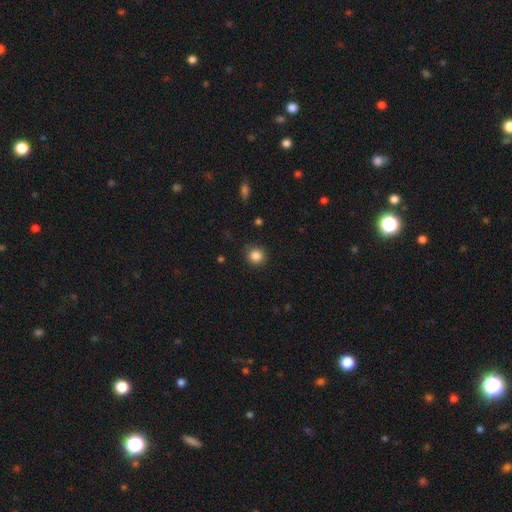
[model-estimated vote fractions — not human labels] Smooth or featured? Predicted: smooth (p=0.86). How rounded? Predicted: round (p=0.90). Merging? Predicted: none (p=0.87).